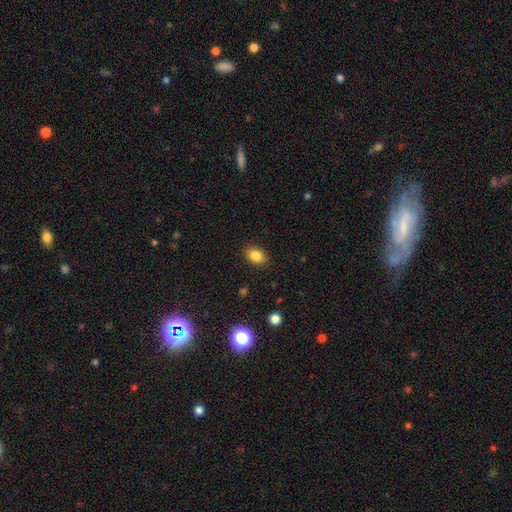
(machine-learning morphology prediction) smooth_or_featured: smooth (p=0.84) [alt: star or artifact p=0.10]
how_rounded: in between (p=0.75) [alt: round p=0.24]
merging: none (p=0.88) [alt: minor disturbance p=0.09]